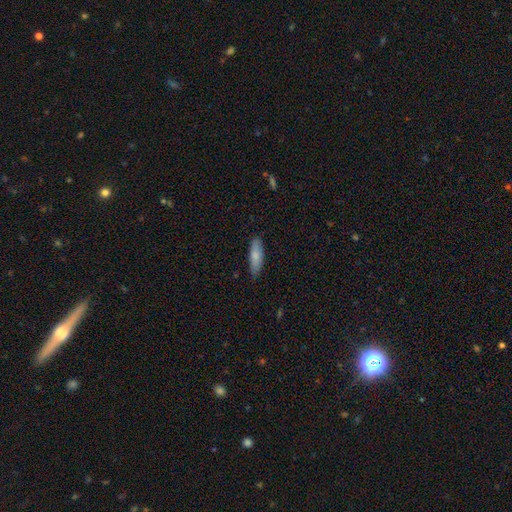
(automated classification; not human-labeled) A smooth galaxy with no disk features (81%) that is in between round and cigar-shaped (50%). Merging: none (83%).